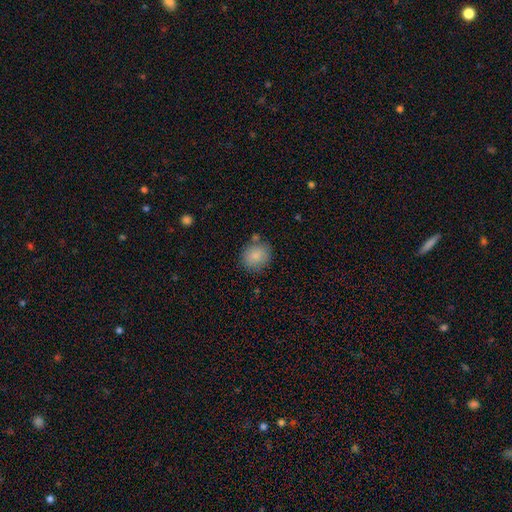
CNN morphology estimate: Overall: smooth (86%). How rounded: round (75%). Merging: none (77%).